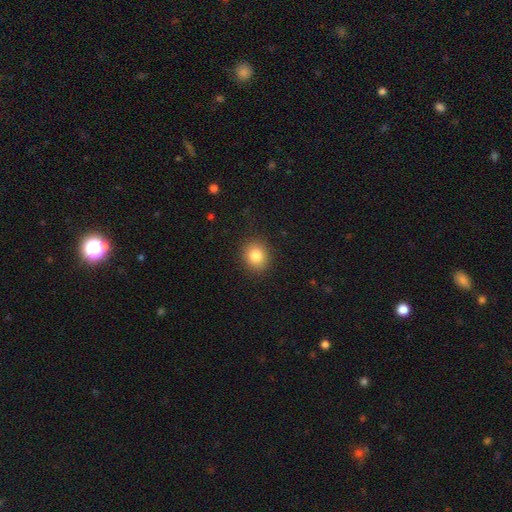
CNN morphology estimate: A smooth galaxy with no disk features (83%) that is round (74%).

Vote fractions:
- Smooth or featured? smooth: 83% / star or artifact: 10% / featured or disk: 7%
- How rounded? round: 74% / in between: 26% / cigar-shaped: 1%
- Merging? none: 89% / minor disturbance: 7% / major disturbance: 2% / merger: 1%